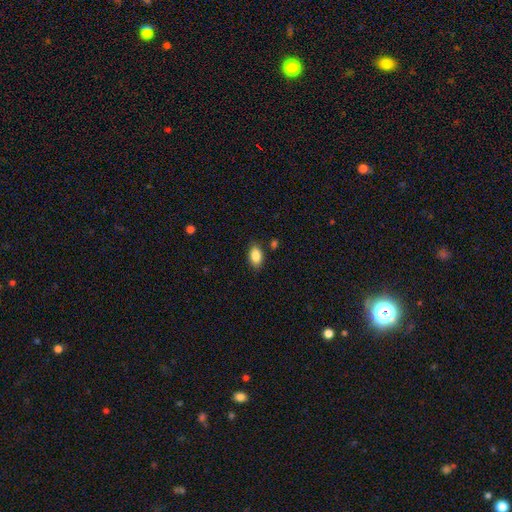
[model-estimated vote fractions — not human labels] Smooth or featured: smooth — 87% (star or artifact — 8%)
How rounded: in between — 90% (round — 8%)
Merging: none — 82% (minor disturbance — 13%)